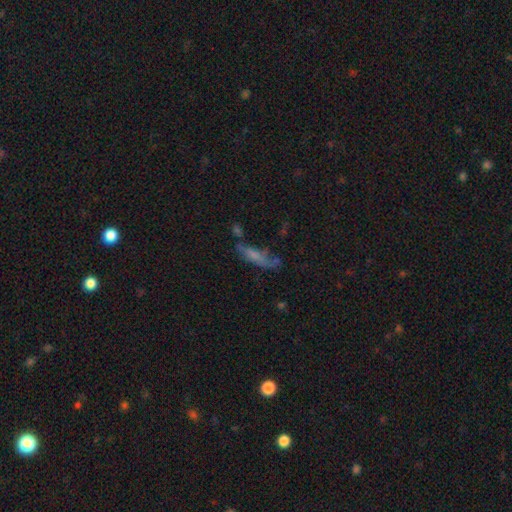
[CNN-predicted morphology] smooth 49%, featured or disk 37%, star or artifact 14%. Down the decision tree: merging — none (41%).